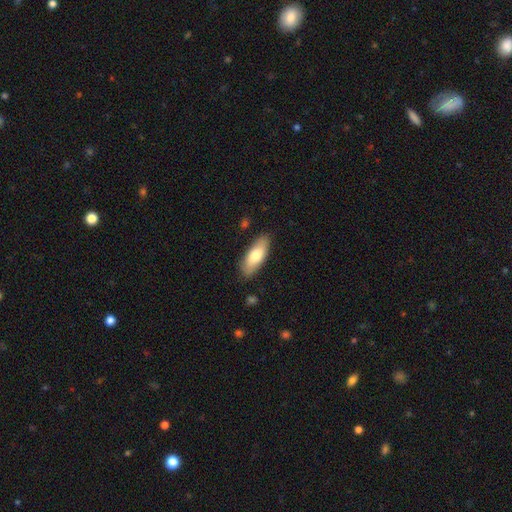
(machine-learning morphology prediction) Smooth or featured: smooth — 74% (featured or disk — 20%)
How rounded: in between — 76% (cigar-shaped — 21%)
Merging: none — 85% (minor disturbance — 11%)